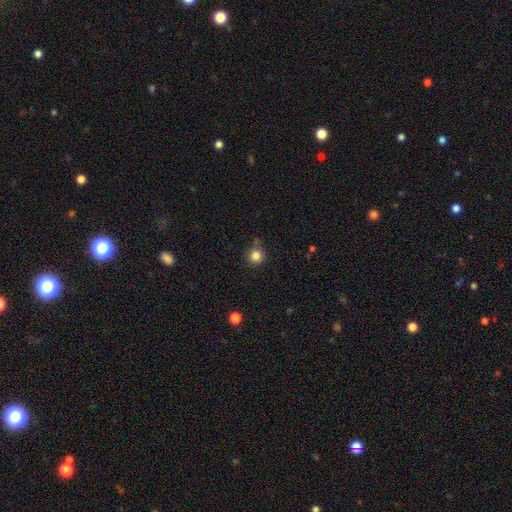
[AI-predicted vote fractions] Smooth or featured? smooth (84%)
How rounded? round (94%)
Merging? none (76%)